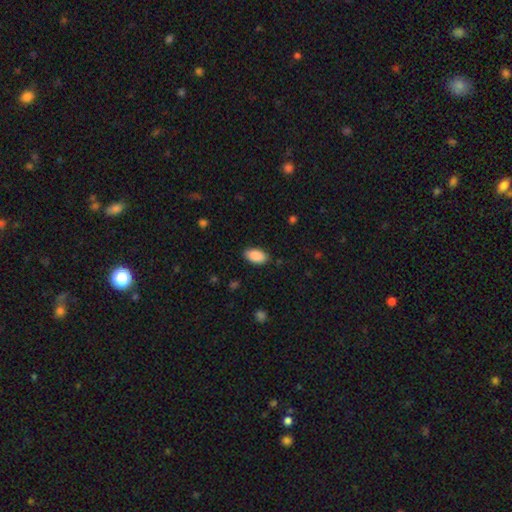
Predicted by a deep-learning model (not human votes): Smooth or featured: smooth — 89% (star or artifact — 7%)
How rounded: in between — 95% (round — 3%)
Merging: none — 86% (minor disturbance — 10%)